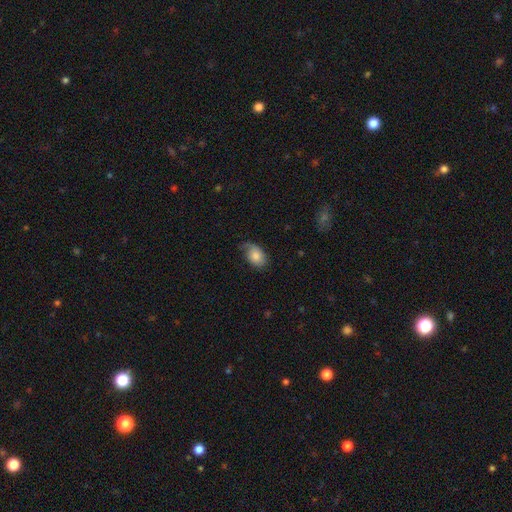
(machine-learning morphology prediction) This appears to be a smooth galaxy with no disk features (77%) that is in between round and cigar-shaped (85%). Merging: none (52%).